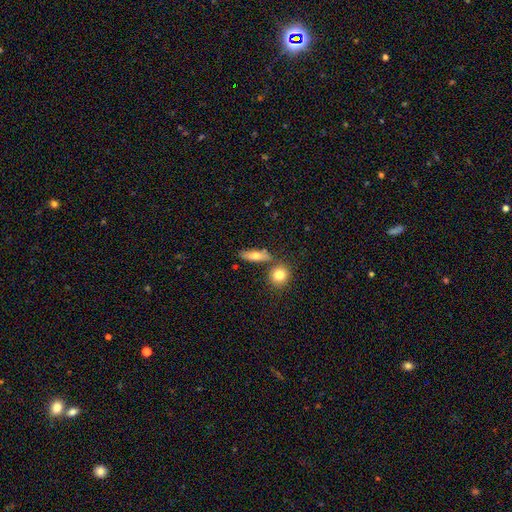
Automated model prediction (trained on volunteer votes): A smooth galaxy with no disk features (67%) that is in between round and cigar-shaped (49%).

Vote fractions:
- Smooth or featured? smooth: 67% / featured or disk: 25% / star or artifact: 8%
- How rounded? in between: 49% / cigar-shaped: 42% / round: 9%
- Merging? none: 70% / merger: 14% / minor disturbance: 12% / major disturbance: 4%